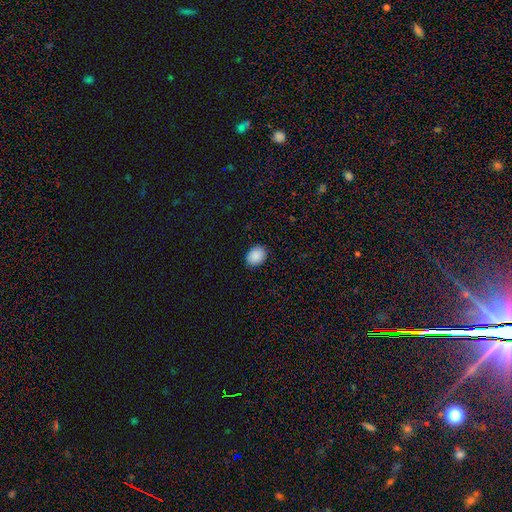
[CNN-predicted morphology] The model was most divided on "how rounded": in between: 61%, round: 38%, cigar-shaped: 1%. More confident: smooth or featured — smooth (90%); merging — none (87%).